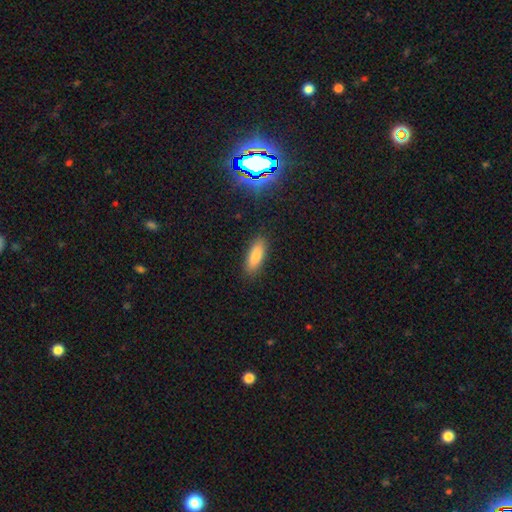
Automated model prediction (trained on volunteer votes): smooth 78%, featured or disk 11%, star or artifact 10%. Down the decision tree: how rounded — in between (67%); merging — none (88%).